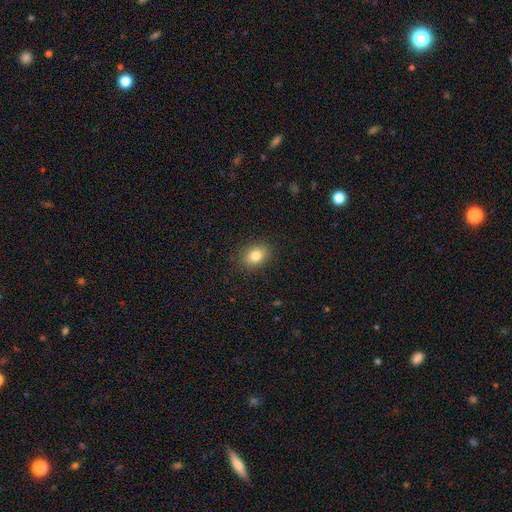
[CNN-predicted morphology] Smooth or featured? smooth (82%)
How rounded? in between (62%)
Merging? none (88%)